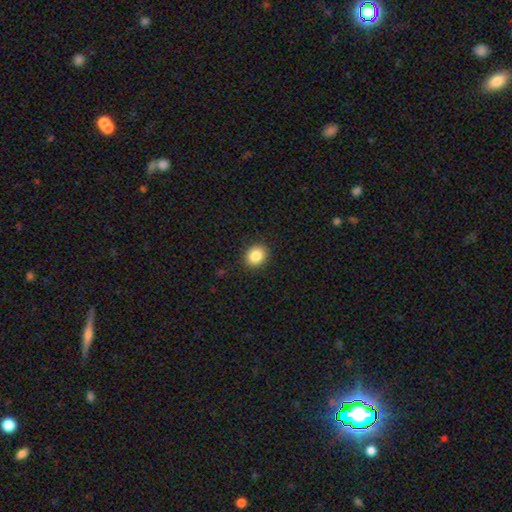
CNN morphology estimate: Smooth or featured? smooth (86%)
How rounded? round (68%)
Merging? none (91%)